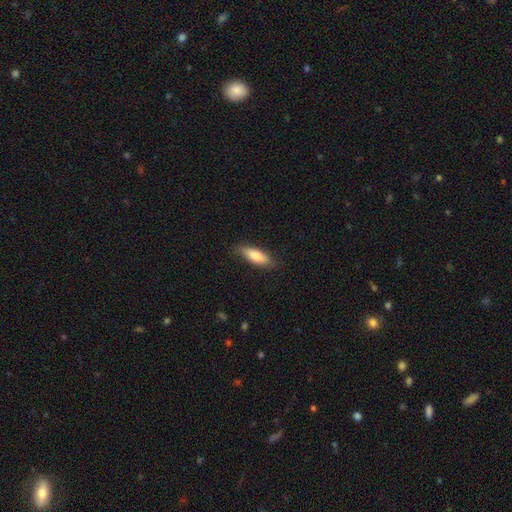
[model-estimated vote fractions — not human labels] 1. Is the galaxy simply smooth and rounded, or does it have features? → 79% smooth, 15% featured or disk, 6% star or artifact.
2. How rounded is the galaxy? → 57% in between, 41% cigar-shaped, 2% round.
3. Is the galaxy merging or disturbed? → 80% none, 16% minor disturbance, 3% major disturbance, 1% merger.